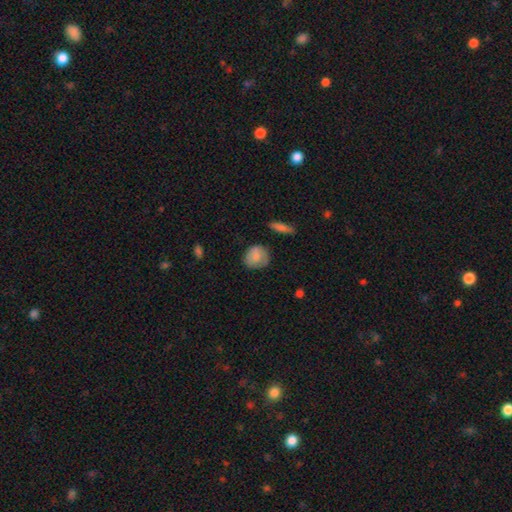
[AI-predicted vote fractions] Smooth or featured? smooth (79%)
How rounded? round (75%)
Merging? none (70%)